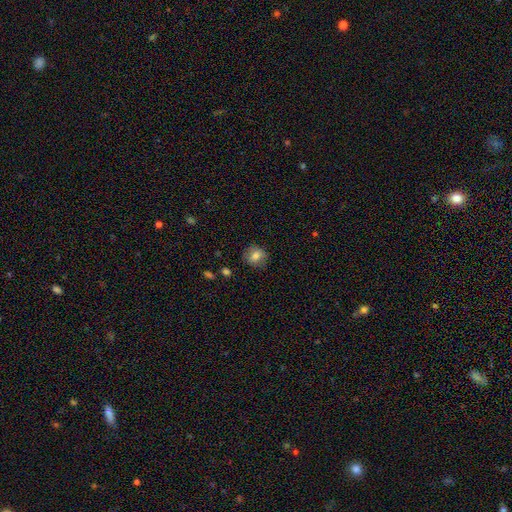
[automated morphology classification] This is likely a smooth galaxy (76%). How rounded: clearly round (82%). Merging: clearly none (82%).